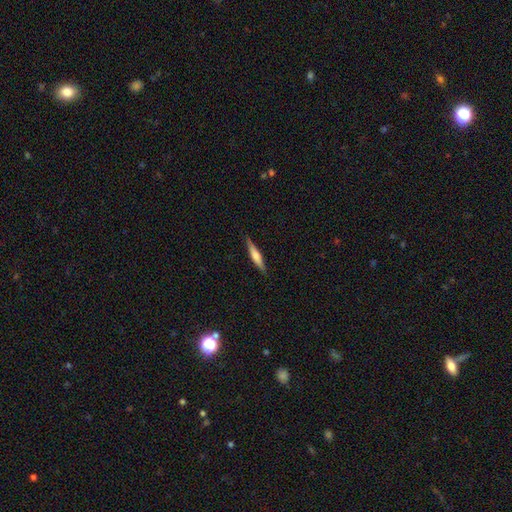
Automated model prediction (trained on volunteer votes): Smooth or featured? smooth (48%)
Merging? none (88%)